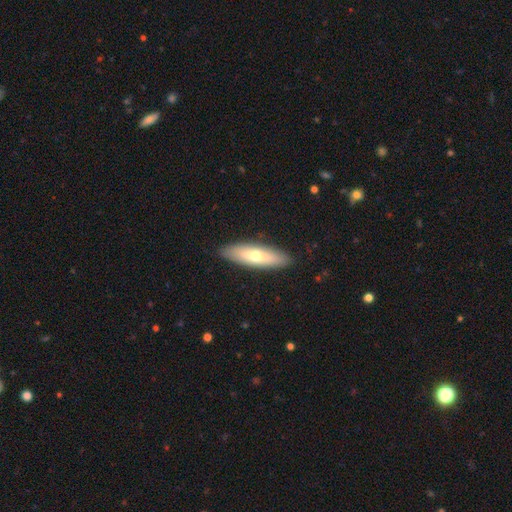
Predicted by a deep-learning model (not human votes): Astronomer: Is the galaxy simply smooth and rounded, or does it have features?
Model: smooth — 60% (runner-up: featured or disk, 35%).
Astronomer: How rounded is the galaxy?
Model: cigar-shaped — 57% (runner-up: in between, 41%).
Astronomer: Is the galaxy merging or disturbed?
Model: none — 89%.